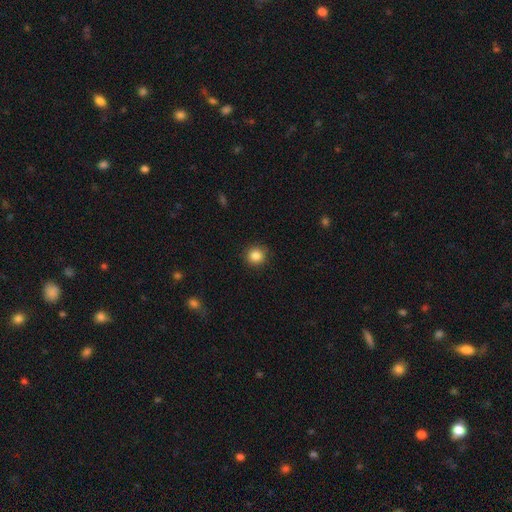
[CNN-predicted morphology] This is clearly a smooth galaxy (86%). How rounded: clearly round (93%). Merging: clearly none (91%).